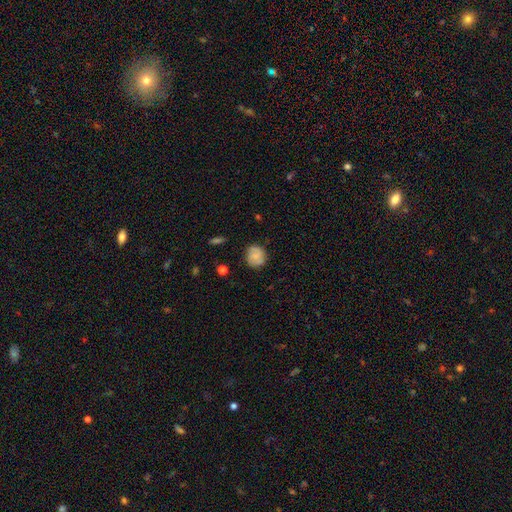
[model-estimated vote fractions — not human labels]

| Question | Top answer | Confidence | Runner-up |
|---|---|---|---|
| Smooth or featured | smooth | 69% | featured or disk (22%) |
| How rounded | round | 79% | in between (20%) |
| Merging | none | 78% | minor disturbance (17%) |